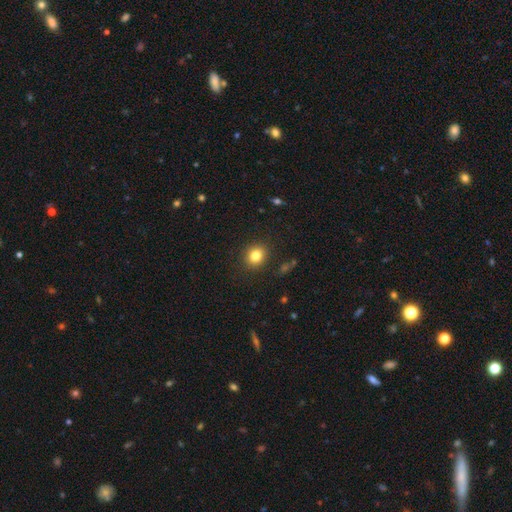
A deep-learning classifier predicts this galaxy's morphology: The model was most divided on "how rounded": round: 72%, in between: 27%, cigar-shaped: 1%. More confident: merging — none (89%); smooth or featured — smooth (81%).